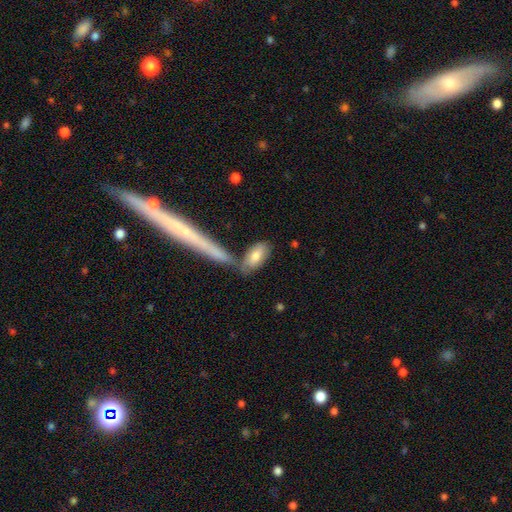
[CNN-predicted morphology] This appears to be a smooth galaxy with no disk features (75%) that is in between round and cigar-shaped (77%). Merging: none (58%).